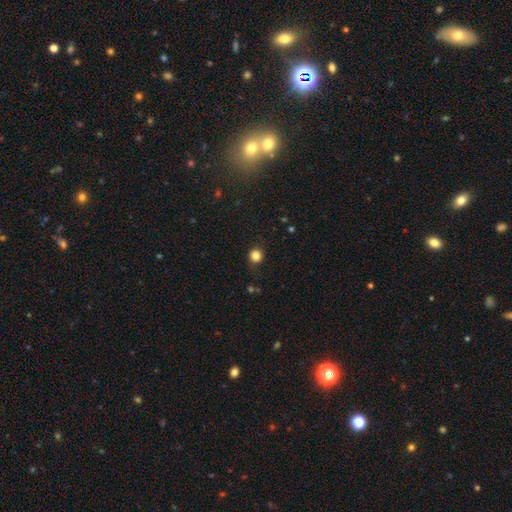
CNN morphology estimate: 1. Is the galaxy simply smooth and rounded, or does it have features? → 83% smooth, 13% star or artifact, 4% featured or disk.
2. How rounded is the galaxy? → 92% round, 7% in between, 1% cigar-shaped.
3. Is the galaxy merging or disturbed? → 85% none, 10% minor disturbance, 3% major disturbance, 1% merger.